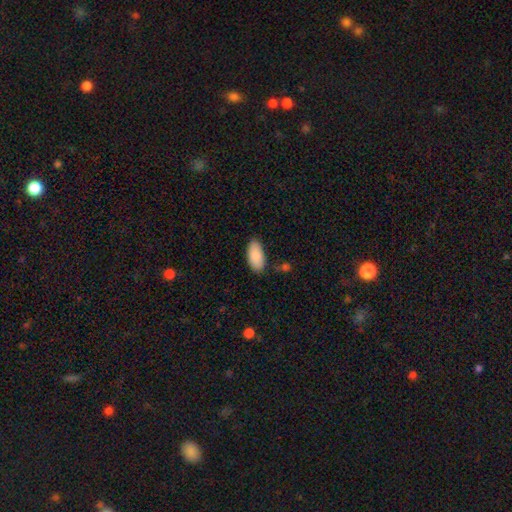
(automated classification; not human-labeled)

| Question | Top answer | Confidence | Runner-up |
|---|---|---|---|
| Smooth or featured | smooth | 88% | star or artifact (6%) |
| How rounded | in between | 94% | cigar-shaped (5%) |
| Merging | none | 81% | minor disturbance (14%) |